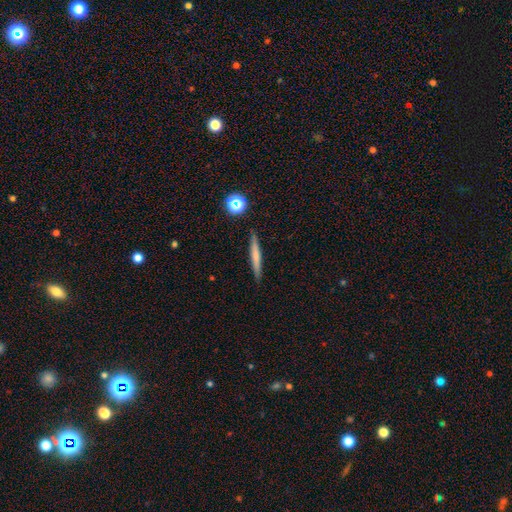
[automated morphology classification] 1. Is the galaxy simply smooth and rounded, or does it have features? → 61% smooth, 31% featured or disk, 8% star or artifact.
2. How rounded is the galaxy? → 95% cigar-shaped, 3% in between, 2% round.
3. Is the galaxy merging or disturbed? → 90% none, 7% minor disturbance, 2% merger, 2% major disturbance.